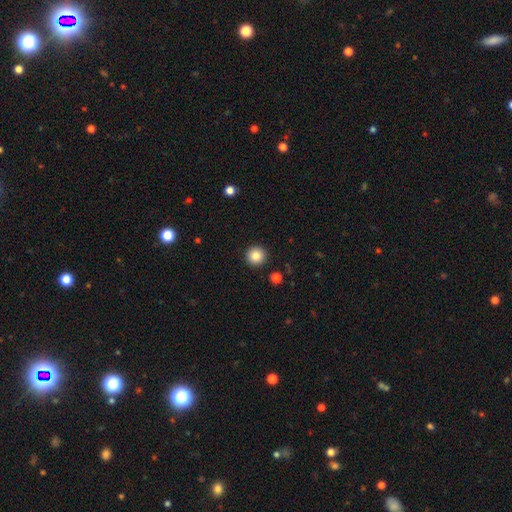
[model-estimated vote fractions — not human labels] smooth_or_featured: smooth (p=0.85) [alt: star or artifact p=0.10]
how_rounded: round (p=0.95) [alt: in between p=0.04]
merging: none (p=0.93) [alt: minor disturbance p=0.04]